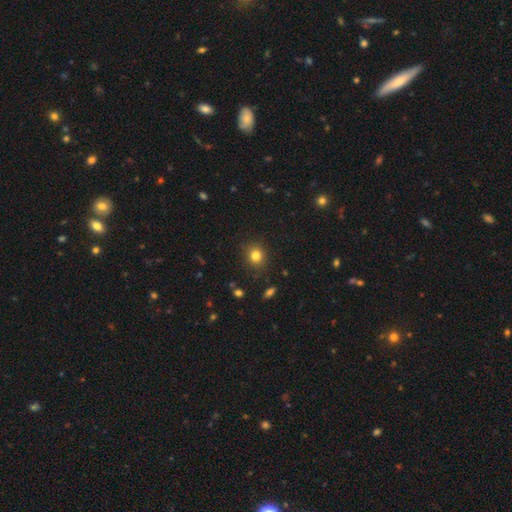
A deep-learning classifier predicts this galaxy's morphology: Smooth or featured: smooth — 81% (star or artifact — 13%)
How rounded: round — 81% (in between — 18%)
Merging: none — 89% (minor disturbance — 8%)